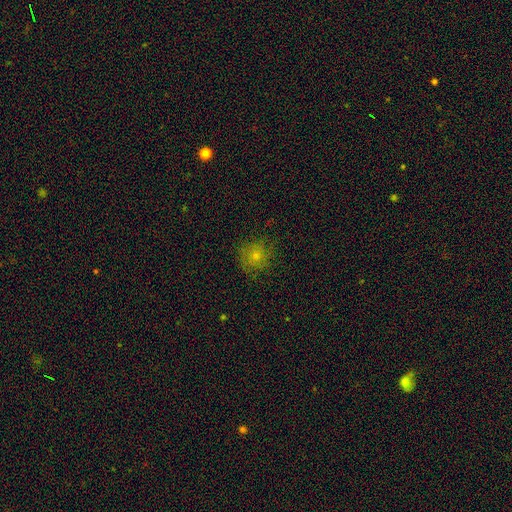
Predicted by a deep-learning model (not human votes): A smooth galaxy with no disk features (70%) that is round (87%). Merging: none (71%).